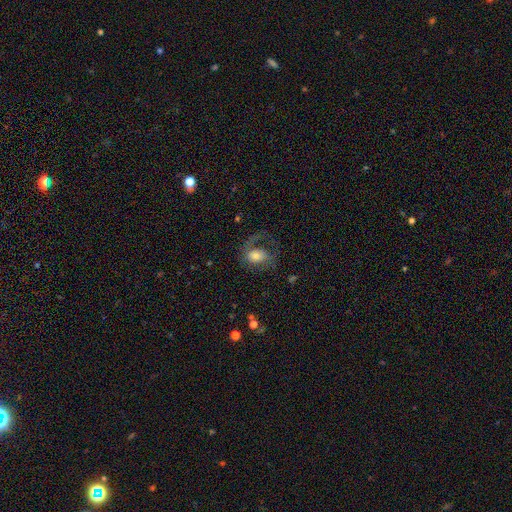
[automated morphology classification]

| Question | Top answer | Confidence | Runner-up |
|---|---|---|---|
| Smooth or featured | featured or disk | 47% | smooth (44%) |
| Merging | none | 44% | major disturbance (37%) |